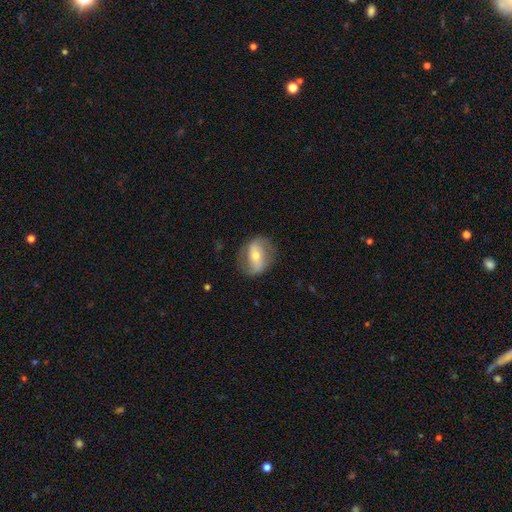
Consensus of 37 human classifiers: Smooth or featured? 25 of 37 (68%) said featured or disk. Edge-on disk? 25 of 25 (100%) said no. Bar? 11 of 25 (44%) said weak. Spiral arms? 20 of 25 (80%) said yes. Spiral winding? 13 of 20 (65%) said loose. Spiral arm count? 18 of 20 (90%) said 2. Bulge size? 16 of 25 (64%) said moderate. Merging? 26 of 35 (74%) said none.